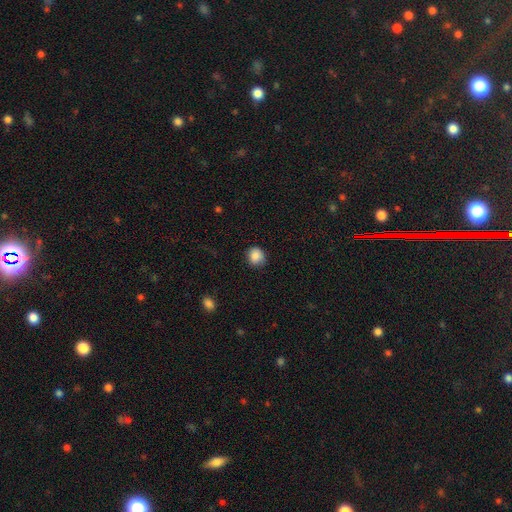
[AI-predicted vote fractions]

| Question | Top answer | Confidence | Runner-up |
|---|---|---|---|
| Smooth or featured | smooth | 87% | star or artifact (9%) |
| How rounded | round | 80% | in between (19%) |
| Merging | none | 86% | minor disturbance (11%) |